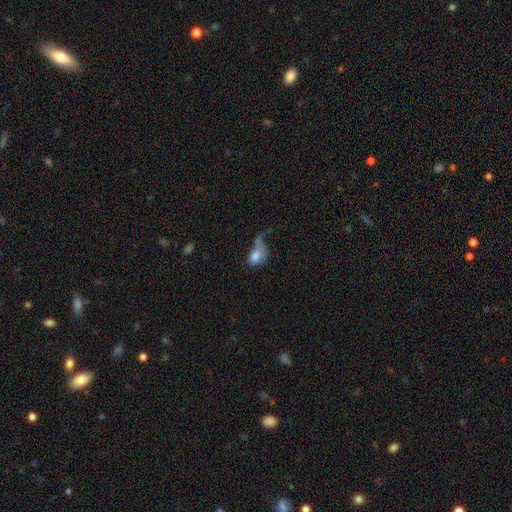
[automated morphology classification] This is likely a smooth galaxy (67%). How rounded: likely in between (75%). Merging: possibly major disturbance (54%).